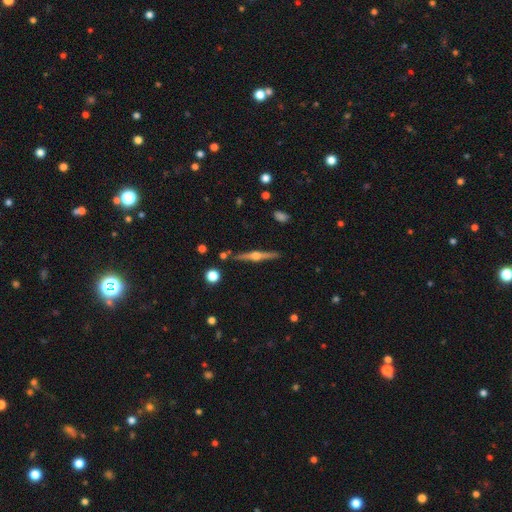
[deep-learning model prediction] Smooth or featured: featured or disk — 81% (smooth — 13%)
Edge-on disk: yes — 98% (no — 2%)
Edge-on bulge: rounded — 94% (boxy — 4%)
Merging: none — 89% (minor disturbance — 7%)